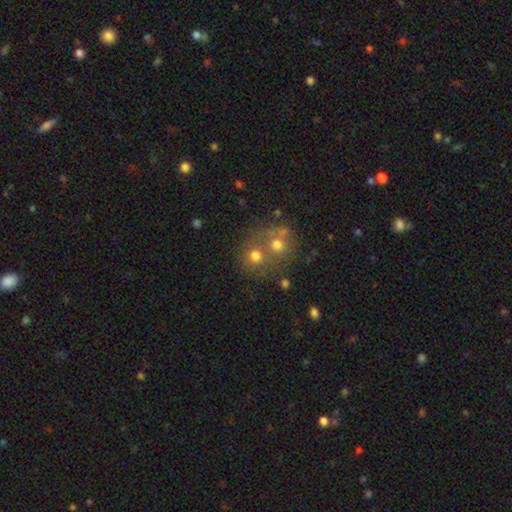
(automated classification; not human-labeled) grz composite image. It shows a smooth galaxy with no disk features (65%) that is round (83%). Merging: none (45%).